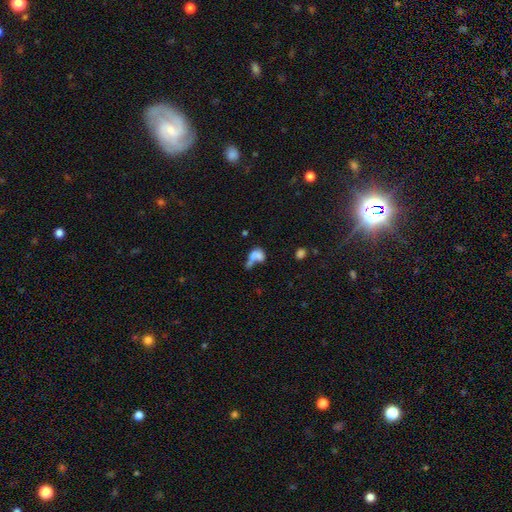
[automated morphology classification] This appears to be a smooth galaxy with no disk features (64%) that is in between round and cigar-shaped (74%). Merging: merger (56%).